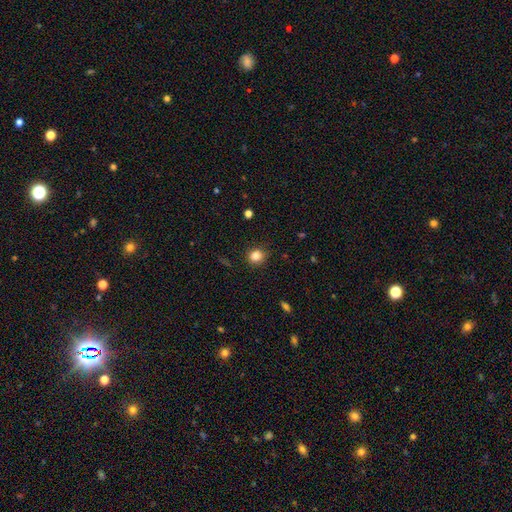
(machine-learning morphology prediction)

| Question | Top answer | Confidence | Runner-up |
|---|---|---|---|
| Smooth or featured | smooth | 84% | star or artifact (11%) |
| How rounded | round | 78% | in between (21%) |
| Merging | none | 84% | minor disturbance (12%) |